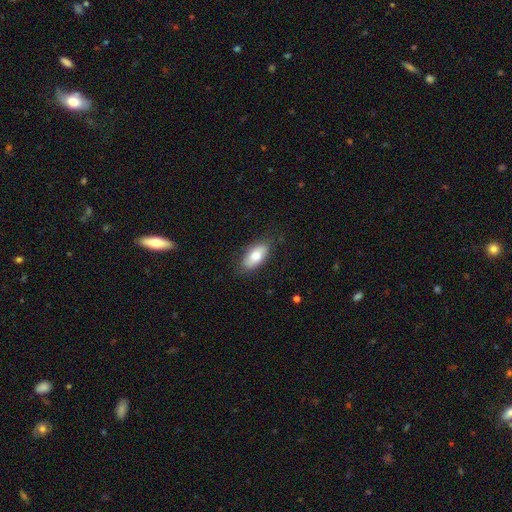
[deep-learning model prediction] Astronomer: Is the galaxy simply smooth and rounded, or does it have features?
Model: smooth — 74%.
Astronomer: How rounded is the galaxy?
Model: in between — 90%.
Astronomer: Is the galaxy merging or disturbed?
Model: none — 80%.